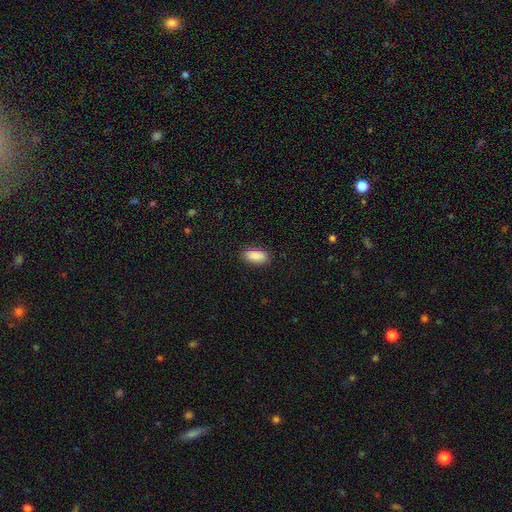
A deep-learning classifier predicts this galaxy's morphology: Overall: smooth (90%). How rounded: in between (89%). Merging: none (88%).